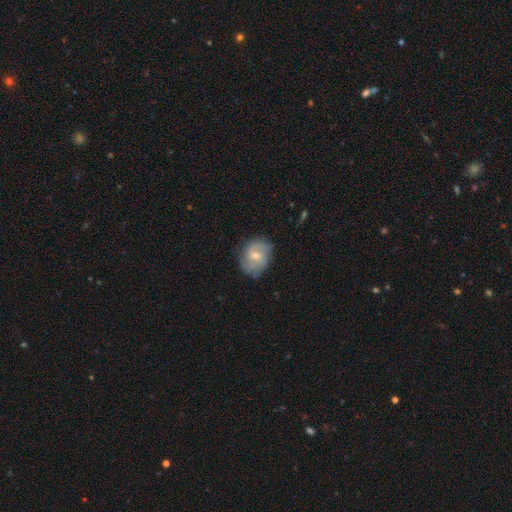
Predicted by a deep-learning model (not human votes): This appears to be a featured or disk galaxy (55%) with a weak bar (47%), spiral arms (82%) and a small central bulge (48%). Merging: none (71%).